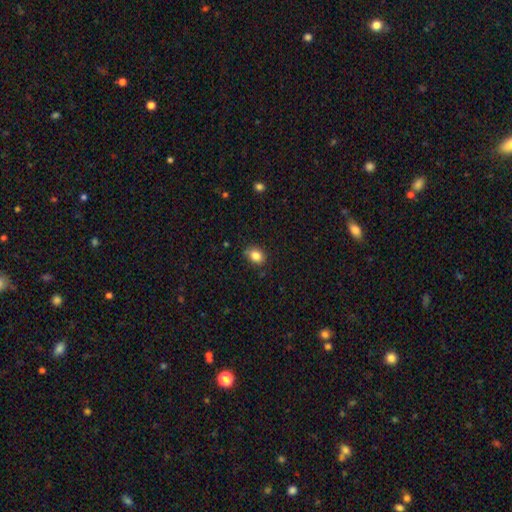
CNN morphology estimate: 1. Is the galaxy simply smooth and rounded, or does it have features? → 84% smooth, 10% star or artifact, 6% featured or disk.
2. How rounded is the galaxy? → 57% in between, 42% round, 1% cigar-shaped.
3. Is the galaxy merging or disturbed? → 74% none, 20% minor disturbance, 3% major disturbance, 2% merger.